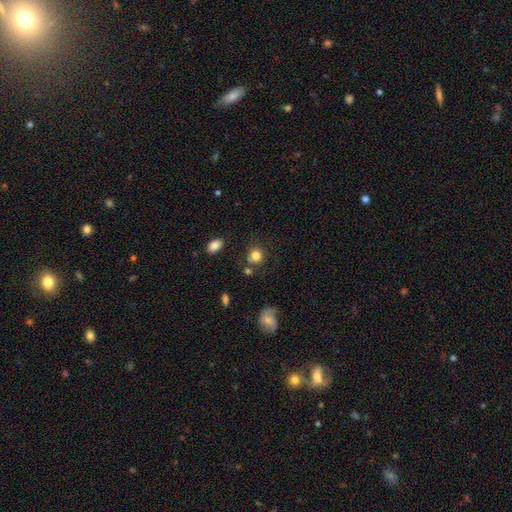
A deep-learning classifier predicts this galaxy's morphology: smooth-or-featured: smooth: 81% | star or artifact: 11% | featured or disk: 8%
  how-rounded: round: 81% | in between: 18% | cigar-shaped: 1%
  merging: none: 72% | minor disturbance: 13% | merger: 10% | major disturbance: 5%